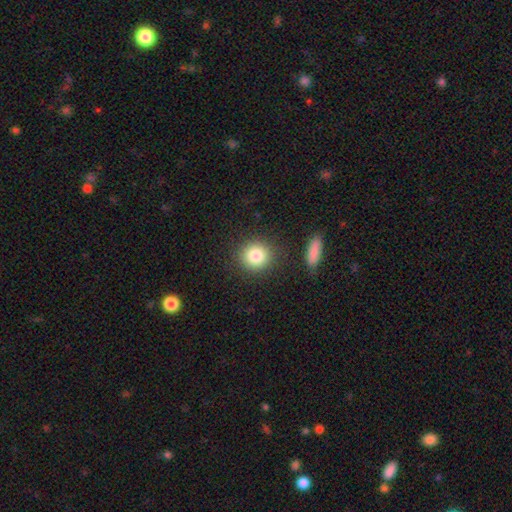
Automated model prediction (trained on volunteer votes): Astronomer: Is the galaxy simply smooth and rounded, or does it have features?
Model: smooth — 83%.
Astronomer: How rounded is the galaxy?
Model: round — 89%.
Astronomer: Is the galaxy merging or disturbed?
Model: none — 85%.